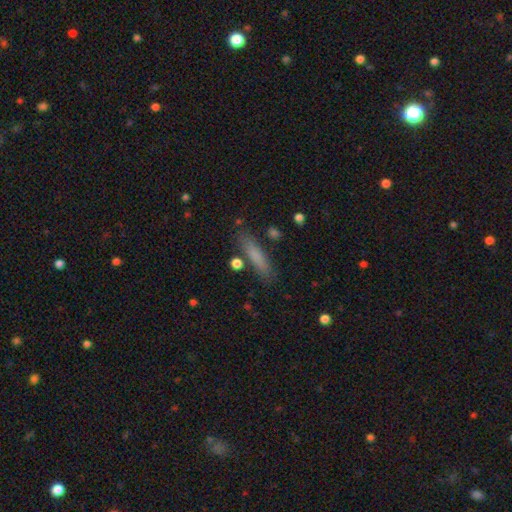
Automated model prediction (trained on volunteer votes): Smooth or featured? Predicted: smooth (p=0.77). How rounded? Predicted: cigar-shaped (p=0.84). Merging? Predicted: none (p=0.83).